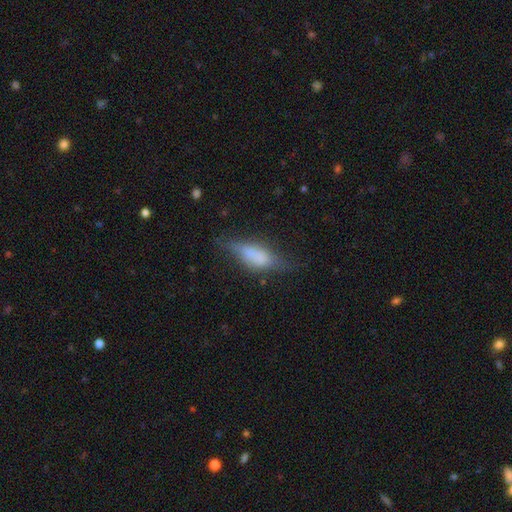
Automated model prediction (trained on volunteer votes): smooth-or-featured: smooth: 57% | featured or disk: 34% | star or artifact: 9%
  how-rounded: in between: 60% | cigar-shaped: 37% | round: 3%
  merging: none: 53% | minor disturbance: 29% | major disturbance: 15% | merger: 3%